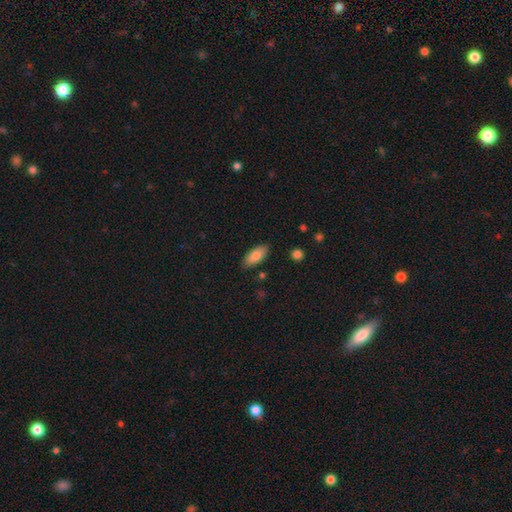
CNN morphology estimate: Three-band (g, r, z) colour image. It shows a smooth galaxy with no disk features (84%) that is in between round and cigar-shaped (87%). Merging: none (85%).